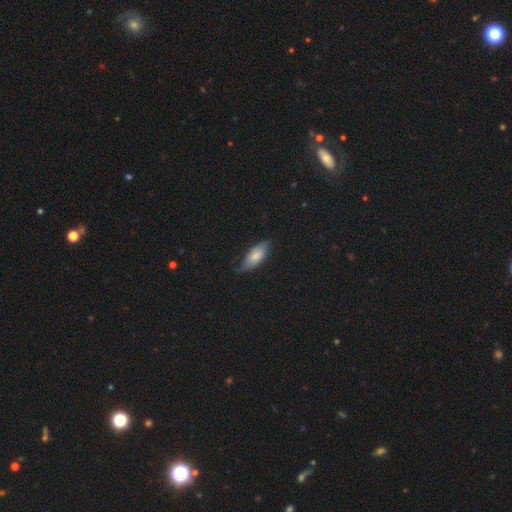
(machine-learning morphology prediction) A smooth galaxy with no disk features (68%) that is in between round and cigar-shaped (81%).

Vote fractions:
- Smooth or featured? smooth: 68% / featured or disk: 25% / star or artifact: 7%
- How rounded? in between: 81% / cigar-shaped: 17% / round: 2%
- Merging? none: 58% / minor disturbance: 32% / major disturbance: 9% / merger: 2%